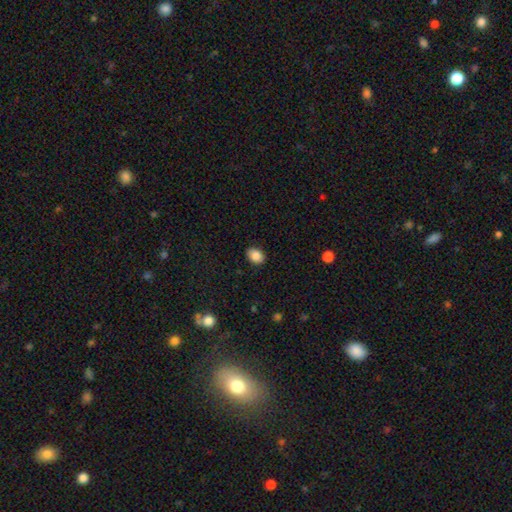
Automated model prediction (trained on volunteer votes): Q: Smooth or featured?
A: smooth (86%); runner-up: star or artifact (8%)
Q: How rounded?
A: in between (74%); runner-up: round (25%)
Q: Merging?
A: none (88%); runner-up: minor disturbance (9%)